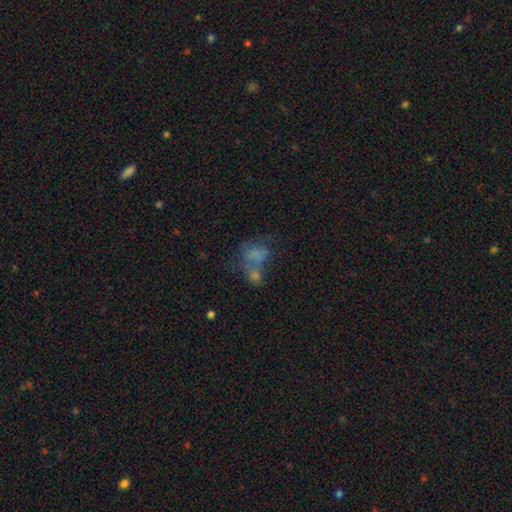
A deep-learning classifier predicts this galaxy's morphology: Overall: smooth (61%; featured or disk 23%). How rounded: in between (72%). Merging: merger (52%; none 20%).